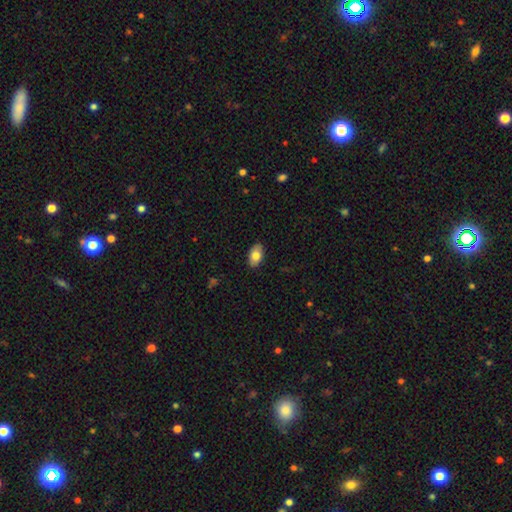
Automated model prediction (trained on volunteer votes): Smooth or featured?
  - smooth: 80% *
  - featured or disk: 14%
  - star or artifact: 7%
How rounded?
  - in between: 93% *
  - round: 6%
  - cigar-shaped: 2%
Merging?
  - none: 88% *
  - minor disturbance: 9%
  - major disturbance: 2%
  - merger: 1%